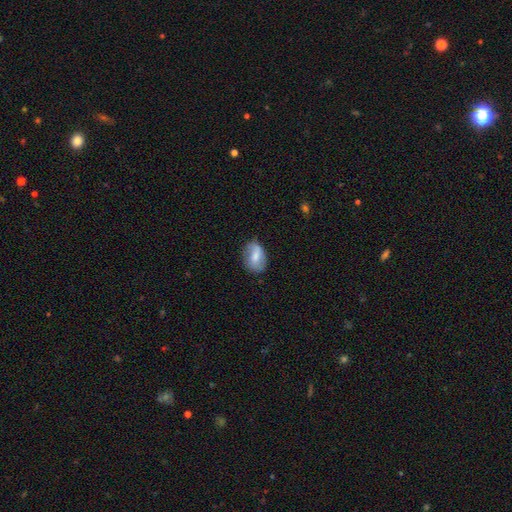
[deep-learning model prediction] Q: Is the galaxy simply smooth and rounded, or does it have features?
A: smooth — 59%.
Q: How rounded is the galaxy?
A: in between — 81%.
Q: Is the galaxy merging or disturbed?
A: none — 66%.